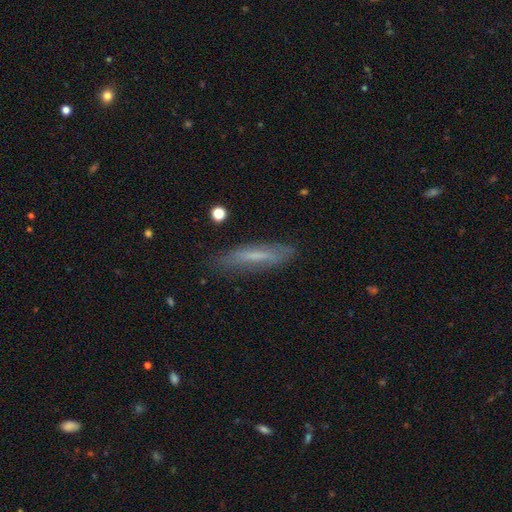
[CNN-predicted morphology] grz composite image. It shows a smooth galaxy with no disk features (54%) that is cigar-shaped (84%). Merging: none (78%).